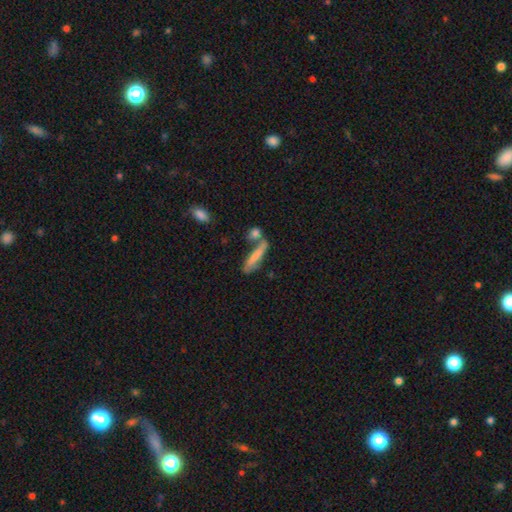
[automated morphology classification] Smooth or featured: smooth — 65% (featured or disk — 27%)
How rounded: cigar-shaped — 80% (in between — 18%)
Merging: none — 49% (merger — 27%)